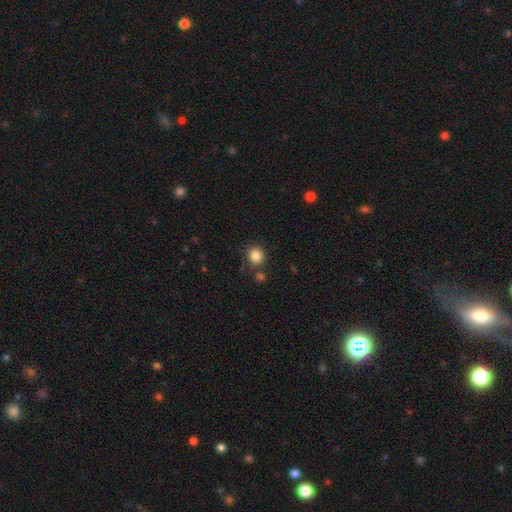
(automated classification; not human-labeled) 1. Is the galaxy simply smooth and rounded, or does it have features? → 85% smooth, 11% star or artifact, 5% featured or disk.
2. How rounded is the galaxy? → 86% round, 13% in between, 1% cigar-shaped.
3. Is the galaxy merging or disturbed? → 80% none, 10% minor disturbance, 7% merger, 3% major disturbance.